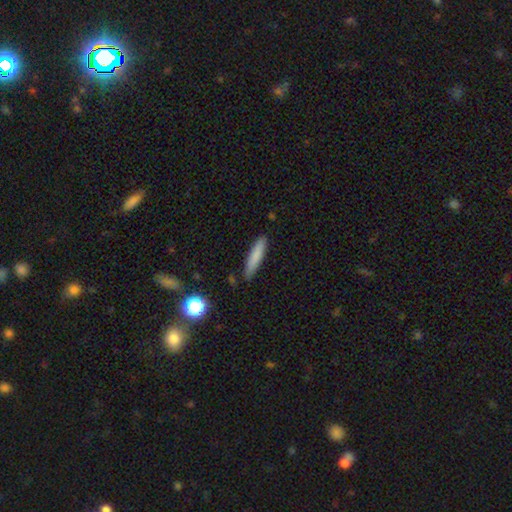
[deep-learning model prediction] This is likely a smooth galaxy (80%). How rounded: clearly cigar-shaped (87%). Merging: clearly none (85%).